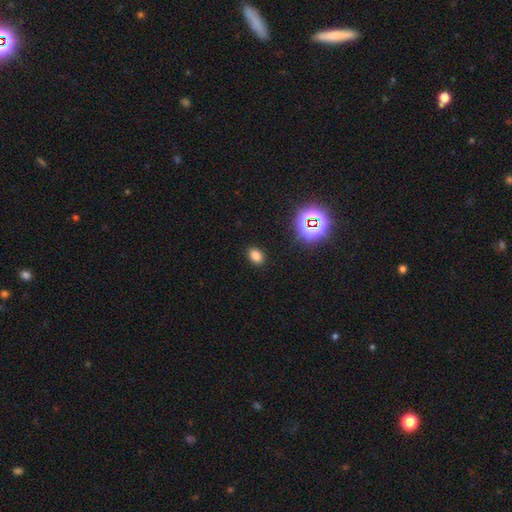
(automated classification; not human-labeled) Morphology: type=smooth (78%); roundness=in between (77%); merging=none (88%).